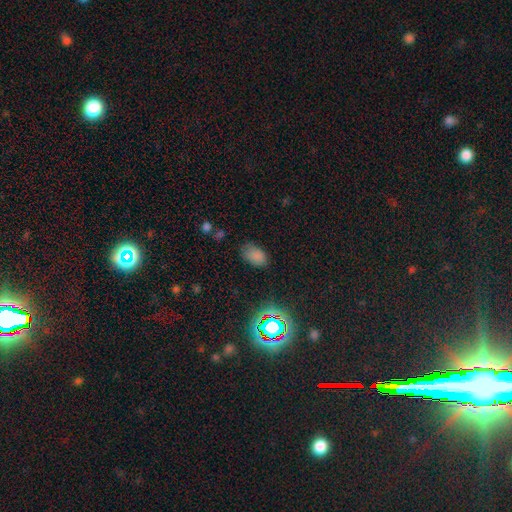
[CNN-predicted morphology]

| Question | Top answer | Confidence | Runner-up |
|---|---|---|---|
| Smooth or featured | smooth | 76% | star or artifact (18%) |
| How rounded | in between | 90% | round (9%) |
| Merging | none | 72% | minor disturbance (20%) |